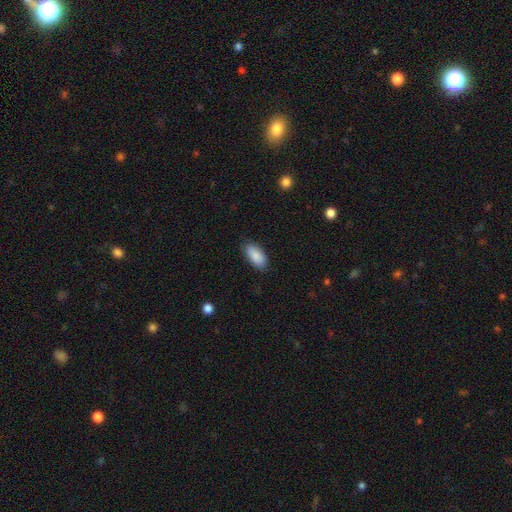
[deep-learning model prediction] smooth_or_featured: smooth (p=0.89) [alt: star or artifact p=0.06]
how_rounded: in between (p=0.90) [alt: cigar-shaped p=0.08]
merging: none (p=0.85) [alt: minor disturbance p=0.12]